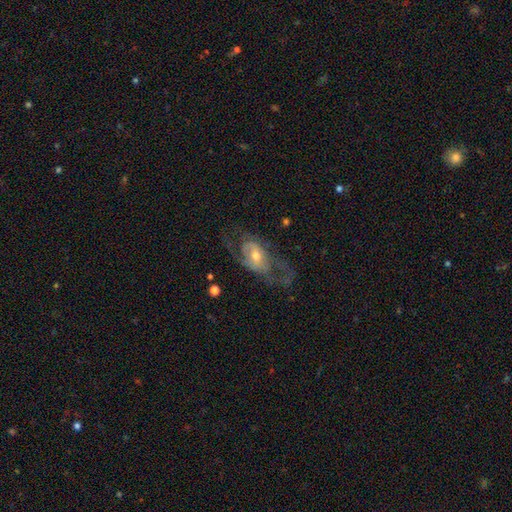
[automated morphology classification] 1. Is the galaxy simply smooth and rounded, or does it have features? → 70% featured or disk, 23% smooth, 7% star or artifact.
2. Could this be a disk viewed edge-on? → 92% no, 8% yes.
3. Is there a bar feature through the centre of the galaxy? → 63% no, 28% weak, 9% strong.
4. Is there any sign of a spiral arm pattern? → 67% yes, 33% no.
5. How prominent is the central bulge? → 61% moderate, 31% small, 6% large, 1% none, 1% dominant.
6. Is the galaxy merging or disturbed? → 43% none, 36% major disturbance, 18% minor disturbance, 2% merger.